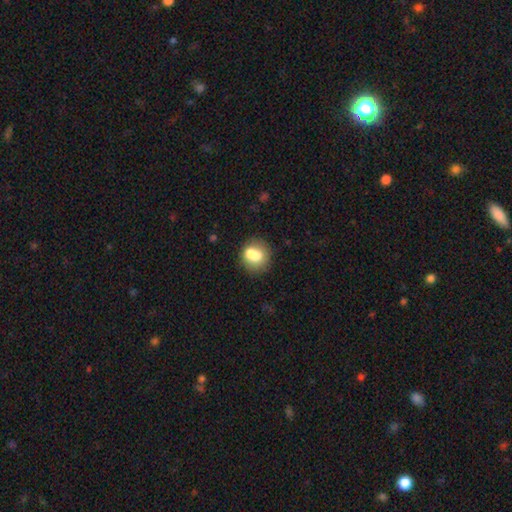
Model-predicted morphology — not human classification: This is likely a smooth galaxy (69%). How rounded: likely round (70%). Merging: possibly none (46%).